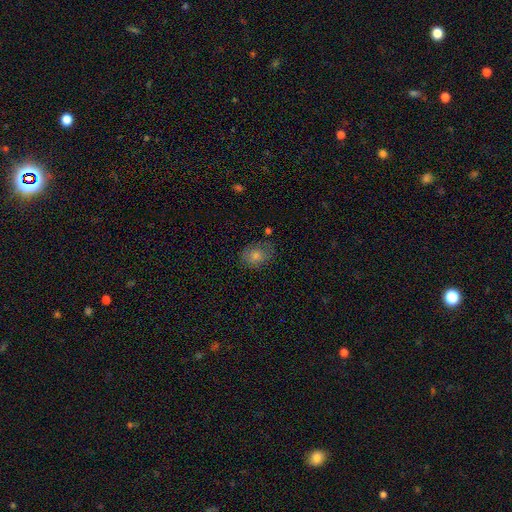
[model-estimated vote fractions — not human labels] Morphology: type=smooth (67%); roundness=in between (59%); merging=none (72%).